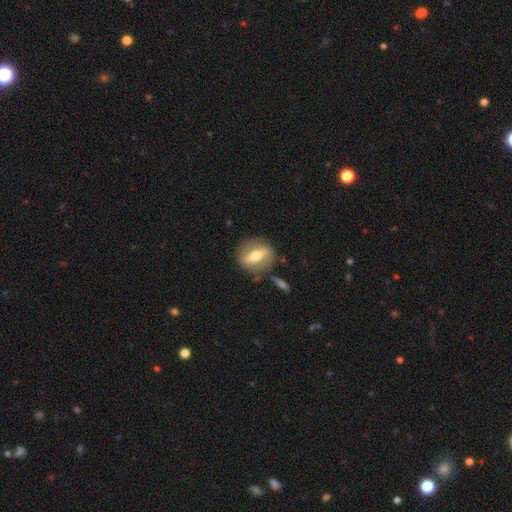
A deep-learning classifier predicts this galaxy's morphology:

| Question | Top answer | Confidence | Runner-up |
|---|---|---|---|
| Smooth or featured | featured or disk | 61% | smooth (32%) |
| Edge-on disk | no | 59% | yes (41%) |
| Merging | none | 80% | minor disturbance (12%) |